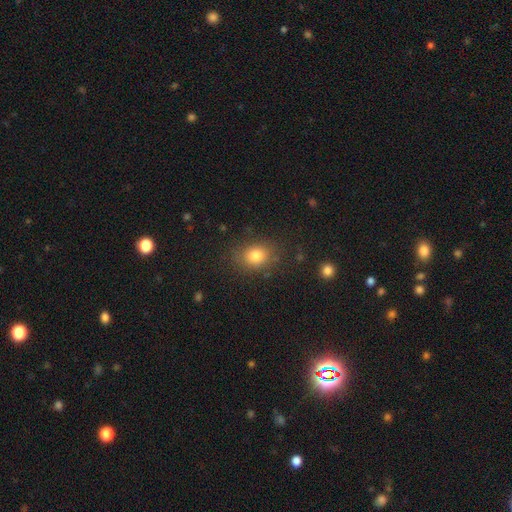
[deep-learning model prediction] smooth-or-featured: smooth: 80% | star or artifact: 12% | featured or disk: 8%
  how-rounded: in between: 50% | round: 48% | cigar-shaped: 1%
  merging: none: 81% | minor disturbance: 13% | major disturbance: 4% | merger: 2%